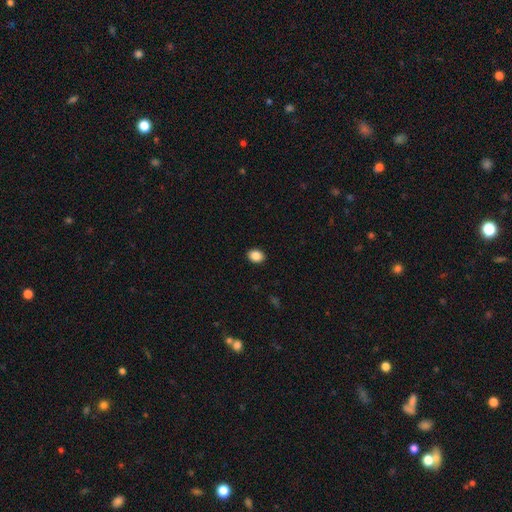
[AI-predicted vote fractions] smooth-or-featured: smooth: 88% | star or artifact: 9% | featured or disk: 3%
  how-rounded: in between: 58% | round: 41% | cigar-shaped: 1%
  merging: none: 91% | minor disturbance: 6% | major disturbance: 2% | merger: 1%